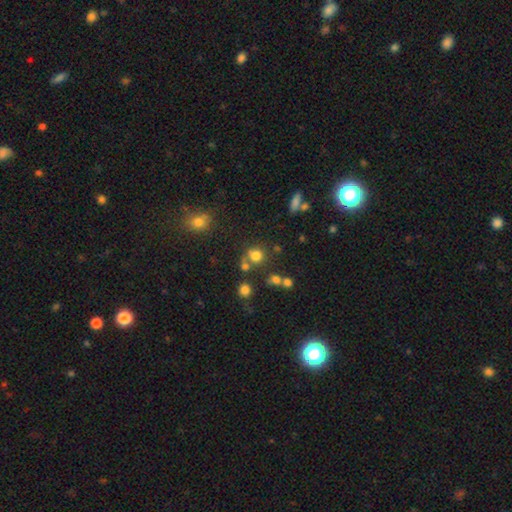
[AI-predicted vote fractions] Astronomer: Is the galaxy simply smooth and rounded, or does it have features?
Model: smooth — 74%.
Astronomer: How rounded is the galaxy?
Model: round — 84%.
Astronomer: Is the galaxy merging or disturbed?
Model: none — 63%.